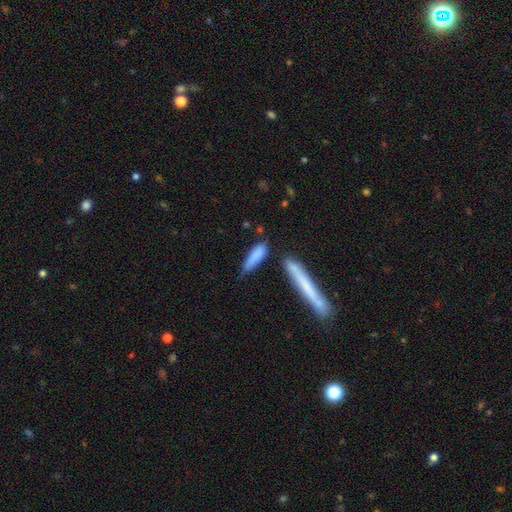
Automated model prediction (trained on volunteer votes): smooth_or_featured: smooth (p=0.80) [alt: featured or disk p=0.14]
how_rounded: cigar-shaped (p=0.70) [alt: in between p=0.28]
merging: none (p=0.51) [alt: minor disturbance p=0.27]